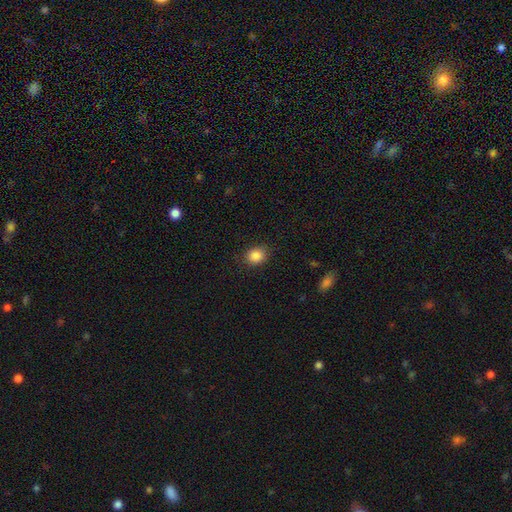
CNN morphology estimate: Smooth or featured?
  - smooth: 86% *
  - star or artifact: 10%
  - featured or disk: 4%
How rounded?
  - round: 62% *
  - in between: 37%
  - cigar-shaped: 1%
Merging?
  - none: 86% *
  - minor disturbance: 10%
  - major disturbance: 3%
  - merger: 1%